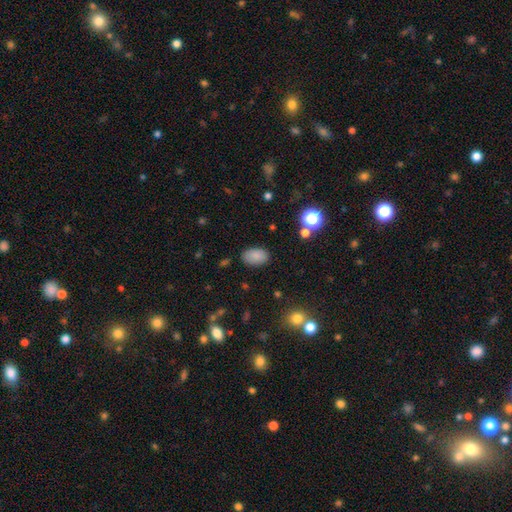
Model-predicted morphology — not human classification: A smooth galaxy with no disk features (84%) that is in between round and cigar-shaped (92%).

Vote fractions:
- Smooth or featured? smooth: 84% / star or artifact: 10% / featured or disk: 6%
- How rounded? in between: 92% / round: 7% / cigar-shaped: 1%
- Merging? none: 86% / minor disturbance: 10% / major disturbance: 3% / merger: 1%